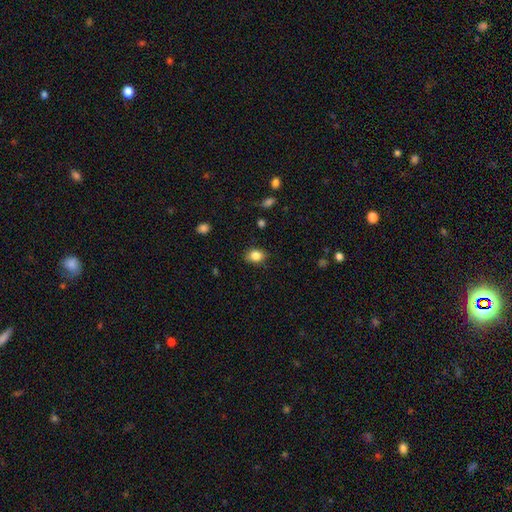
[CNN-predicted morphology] This appears to be a smooth galaxy with no disk features (84%) that is in between round and cigar-shaped (64%). Merging: none (83%).